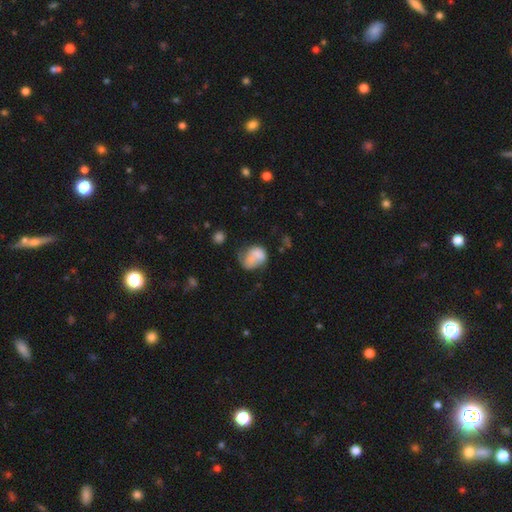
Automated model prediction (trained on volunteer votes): smooth_or_featured: smooth (p=0.65) [alt: featured or disk p=0.25]
how_rounded: in between (p=0.57) [alt: round p=0.42]
merging: merger (p=0.27) [alt: none p=0.26]